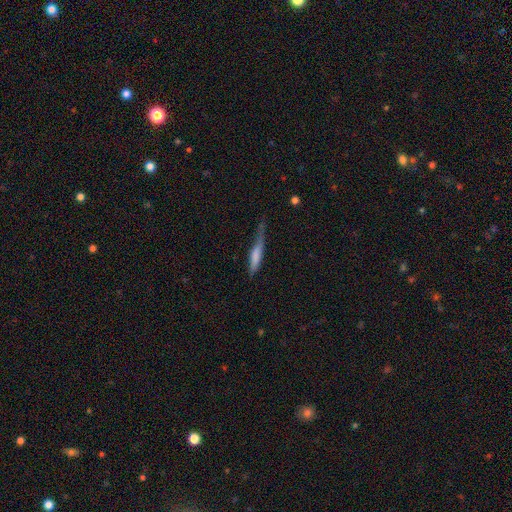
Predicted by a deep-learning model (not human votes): Morphology: type=smooth (64%); roundness=cigar-shaped (83%); merging=none (37%).